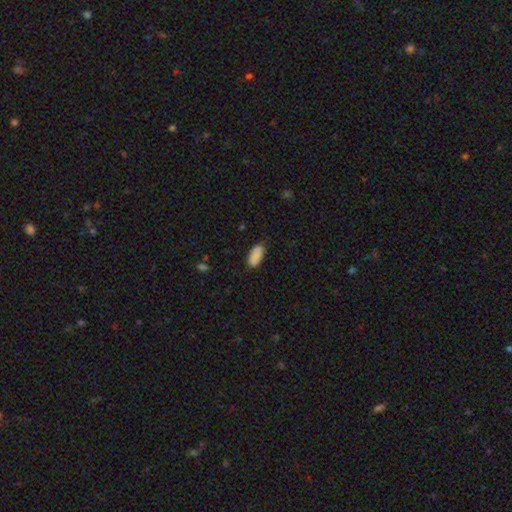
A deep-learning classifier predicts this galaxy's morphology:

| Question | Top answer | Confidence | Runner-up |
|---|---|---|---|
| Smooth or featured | smooth | 88% | star or artifact (7%) |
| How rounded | in between | 91% | cigar-shaped (7%) |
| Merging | none | 77% | minor disturbance (19%) |